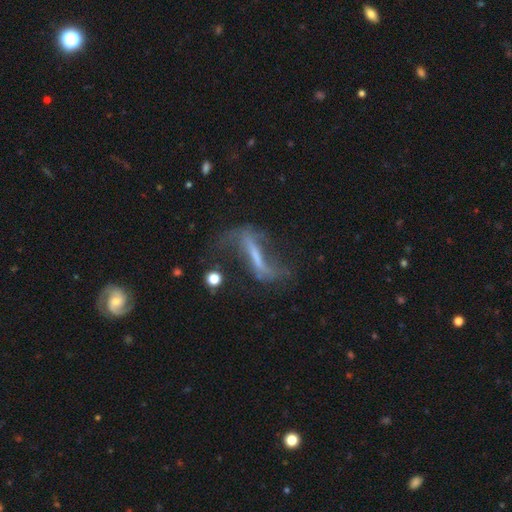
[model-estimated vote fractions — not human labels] A featured or disk galaxy (76%) with a strong bar (66%), spiral arms (82%) and no central bulge (42%).

Vote fractions:
- Smooth or featured? featured or disk: 76% / smooth: 14% / star or artifact: 10%
- Edge-on disk? no: 77% / yes: 23%
- Bar? strong: 66% / weak: 22% / no: 11%
- Spiral arms? yes: 82% / no: 18%
- Bulge size? none: 42% / small: 35% / moderate: 18% / large: 4% / dominant: 2%
- Merging? none: 50% / major disturbance: 25% / minor disturbance: 19% / merger: 5%